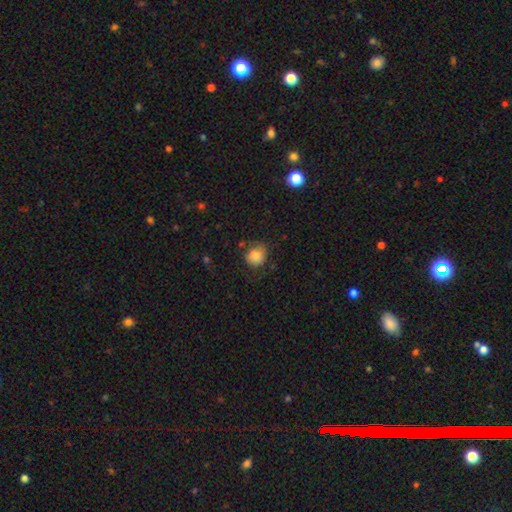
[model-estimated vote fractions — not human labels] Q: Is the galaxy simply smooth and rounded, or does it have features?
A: smooth — 74%.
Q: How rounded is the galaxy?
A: round — 78%.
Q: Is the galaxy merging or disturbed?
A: none — 58%.